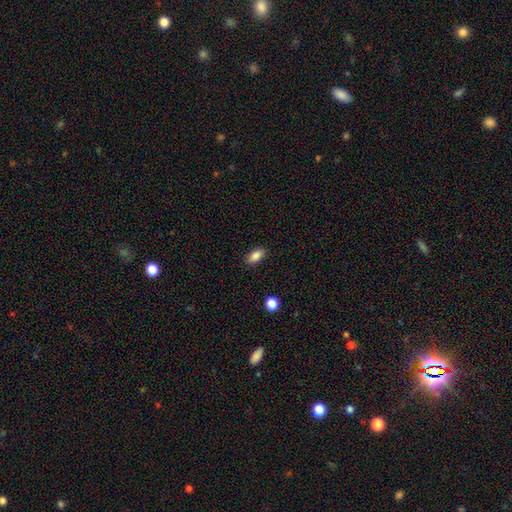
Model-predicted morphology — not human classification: This is clearly a smooth galaxy (87%). How rounded: clearly in between (89%). Merging: clearly none (88%).